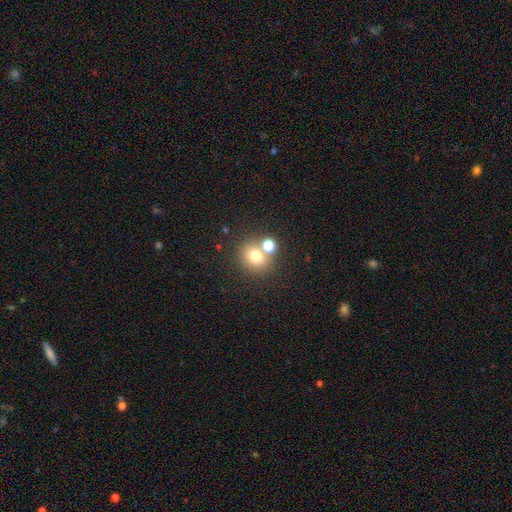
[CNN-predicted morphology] Smooth or featured?
  - smooth: 73% *
  - star or artifact: 15%
  - featured or disk: 12%
How rounded?
  - round: 83% *
  - in between: 16%
  - cigar-shaped: 1%
Merging?
  - none: 60% *
  - merger: 29%
  - minor disturbance: 8%
  - major disturbance: 3%